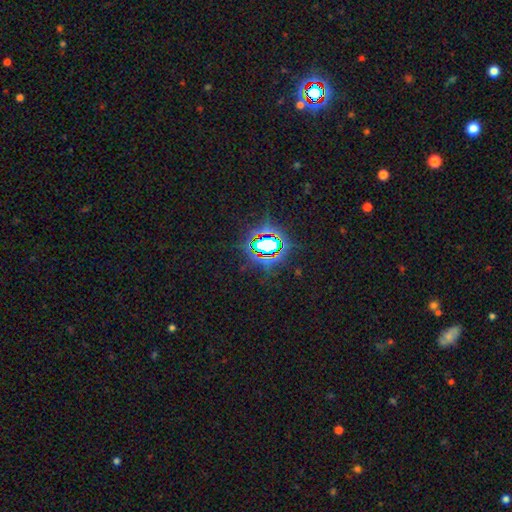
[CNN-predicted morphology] Smooth or featured? Predicted: star or artifact (p=0.82).